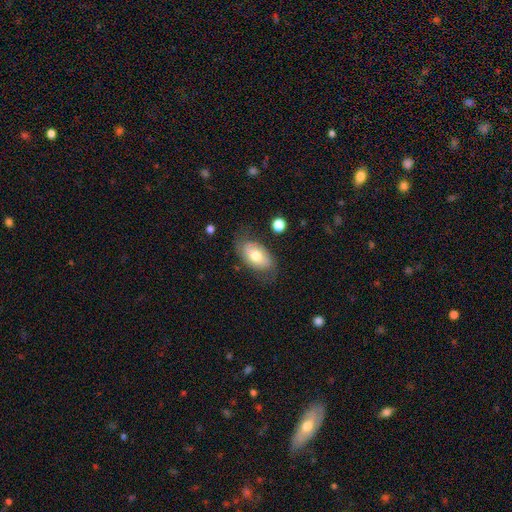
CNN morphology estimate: type=smooth (61%); roundness=in between (92%); merging=none (65%).